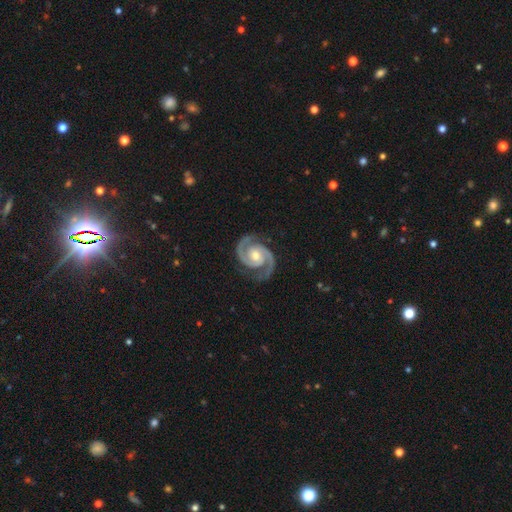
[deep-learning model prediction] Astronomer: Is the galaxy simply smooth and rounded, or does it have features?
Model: featured or disk — 95%.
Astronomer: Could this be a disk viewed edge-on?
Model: no — 98%.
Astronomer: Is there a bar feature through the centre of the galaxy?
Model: no — 61%.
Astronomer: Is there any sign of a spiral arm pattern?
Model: yes — 99%.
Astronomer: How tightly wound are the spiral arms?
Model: medium — 48% (runner-up: tight, 47%).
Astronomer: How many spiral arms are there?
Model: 2 — 95%.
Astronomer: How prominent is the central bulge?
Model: moderate — 66%.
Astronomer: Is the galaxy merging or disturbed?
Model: none — 85%.